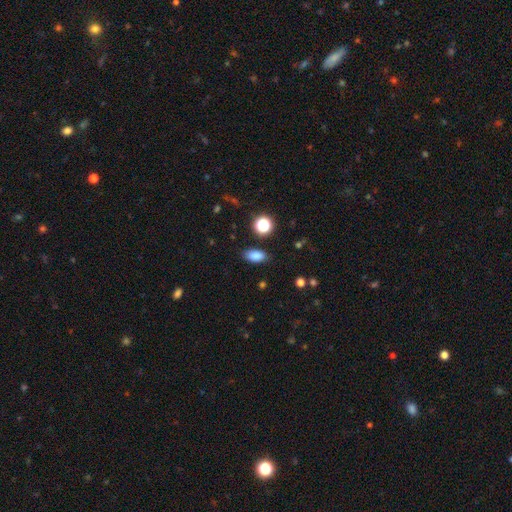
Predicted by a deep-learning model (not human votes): Smooth or featured?
  - smooth: 83% *
  - star or artifact: 11%
  - featured or disk: 6%
How rounded?
  - in between: 85% *
  - cigar-shaped: 8%
  - round: 7%
Merging?
  - none: 86% *
  - minor disturbance: 9%
  - major disturbance: 3%
  - merger: 2%